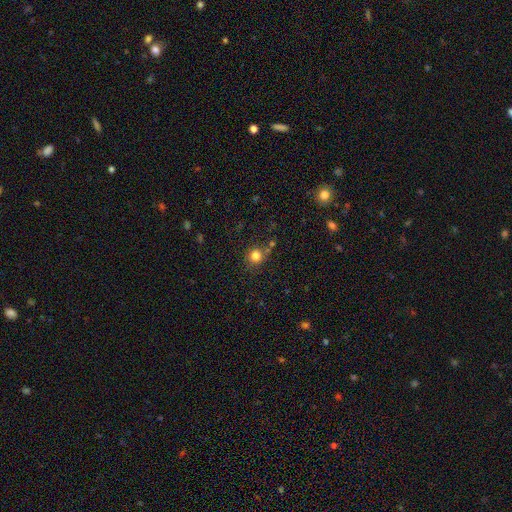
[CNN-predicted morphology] smooth-or-featured: smooth: 81% | star or artifact: 12% | featured or disk: 6%
  how-rounded: round: 87% | in between: 12% | cigar-shaped: 1%
  merging: none: 70% | minor disturbance: 14% | merger: 11% | major disturbance: 5%